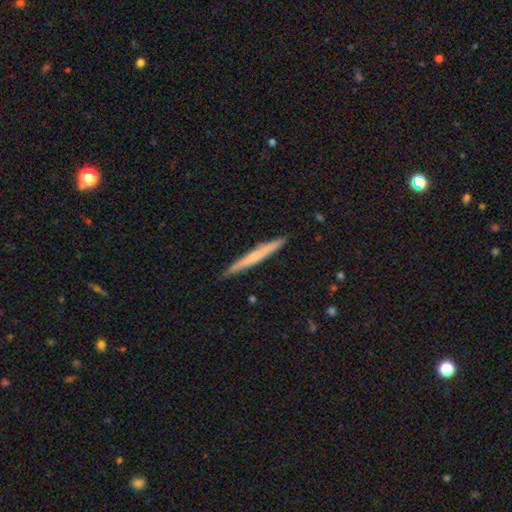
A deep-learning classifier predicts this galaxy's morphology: type=smooth (54%); roundness=cigar-shaped (97%); merging=none (90%).